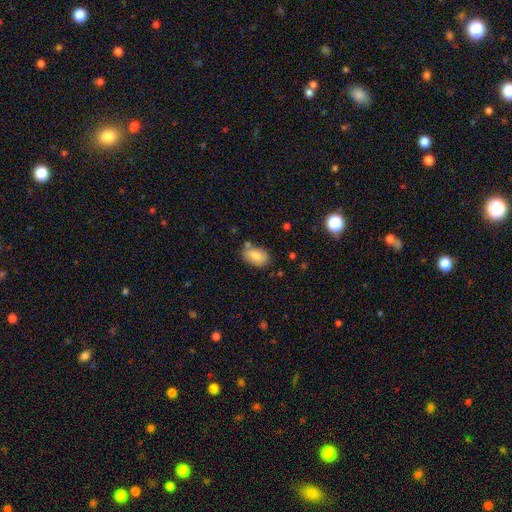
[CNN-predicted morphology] Smooth or featured?
  - smooth: 83% *
  - featured or disk: 10%
  - star or artifact: 8%
How rounded?
  - in between: 90% *
  - round: 9%
  - cigar-shaped: 2%
Merging?
  - none: 71% *
  - minor disturbance: 17%
  - merger: 8%
  - major disturbance: 4%